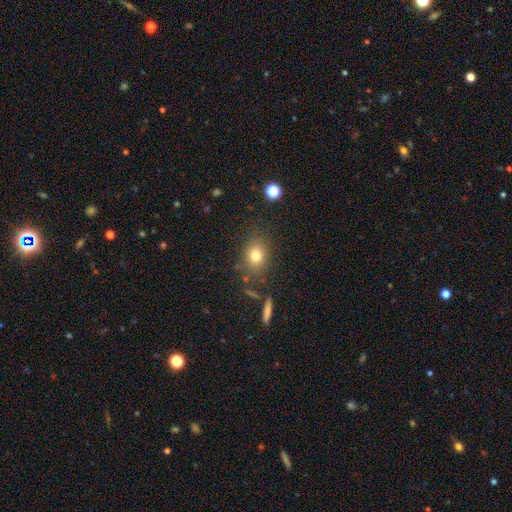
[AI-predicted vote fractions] A smooth galaxy with no disk features (77%) that is round (53%). Merging: none (77%).